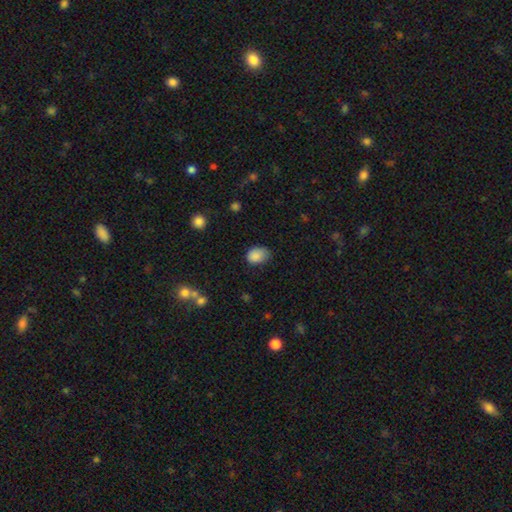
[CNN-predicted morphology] Overall: smooth (86%). How rounded: in between (70%). Merging: none (55%; minor disturbance 35%).